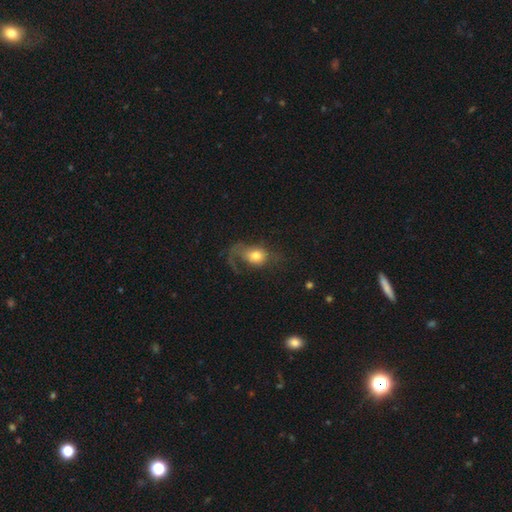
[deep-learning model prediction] Smooth or featured? Predicted: smooth (p=0.55). How rounded? Predicted: in between (p=0.54). Merging? Predicted: major disturbance (p=0.53).